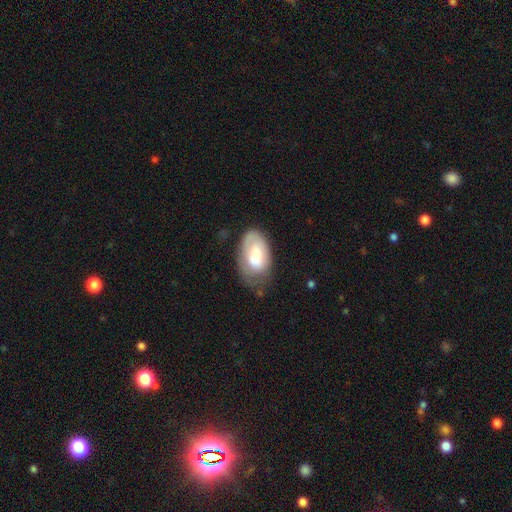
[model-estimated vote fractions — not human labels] This appears to be a smooth galaxy with no disk features (65%) that is in between round and cigar-shaped (93%). Merging: none (44%).